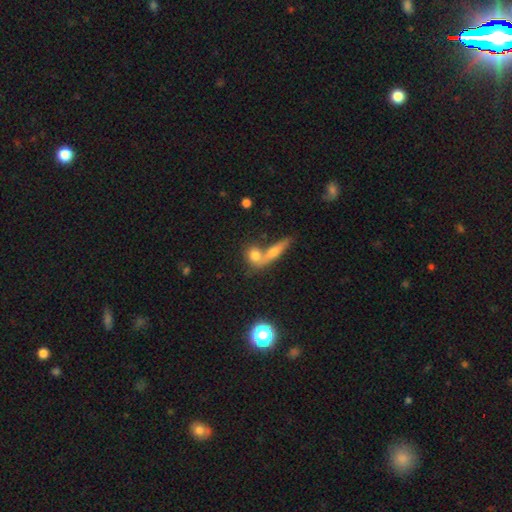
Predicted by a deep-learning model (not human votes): The model was most divided on "merging": none: 44%, merger: 38%, minor disturbance: 10%, major disturbance: 8%. Remaining: smooth or featured — smooth (48%).